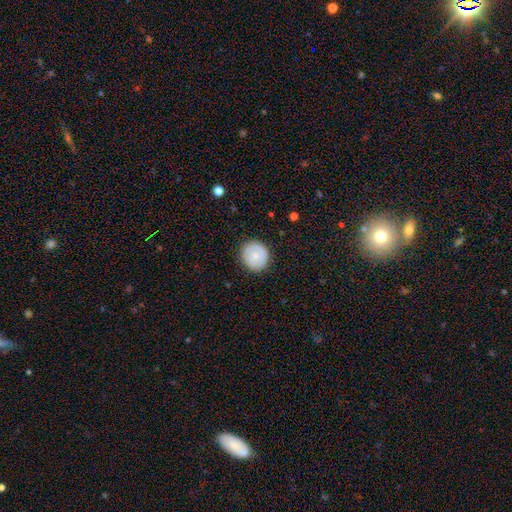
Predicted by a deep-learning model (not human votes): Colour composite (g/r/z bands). It shows a smooth galaxy with no disk features (69%) that is round (89%). Merging: none (86%).